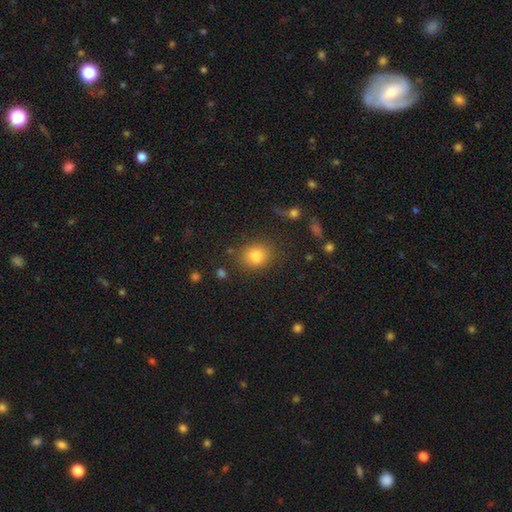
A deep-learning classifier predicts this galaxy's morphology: Smooth or featured?
  - smooth: 81% *
  - star or artifact: 13%
  - featured or disk: 6%
How rounded?
  - round: 59% *
  - in between: 40%
  - cigar-shaped: 1%
Merging?
  - none: 77% *
  - minor disturbance: 13%
  - major disturbance: 5%
  - merger: 4%